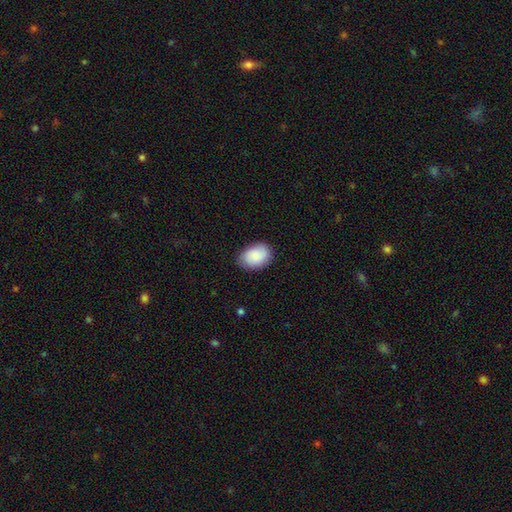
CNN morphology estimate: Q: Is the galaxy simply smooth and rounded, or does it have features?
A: smooth — 85%.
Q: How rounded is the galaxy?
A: in between — 82%.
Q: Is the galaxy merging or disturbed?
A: none — 79%.